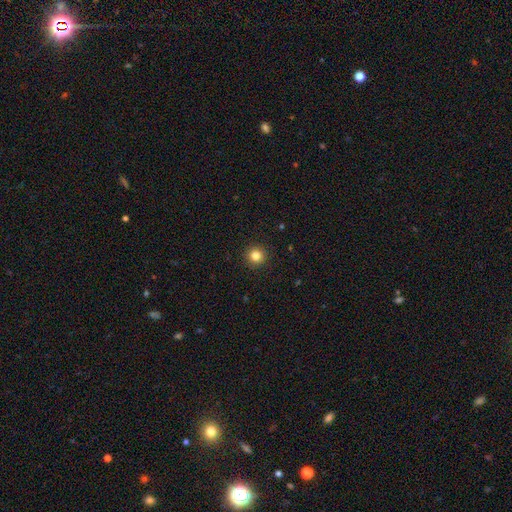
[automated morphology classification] Smooth or featured: smooth — 83% (star or artifact — 12%)
How rounded: round — 95% (in between — 4%)
Merging: none — 93% (minor disturbance — 4%)